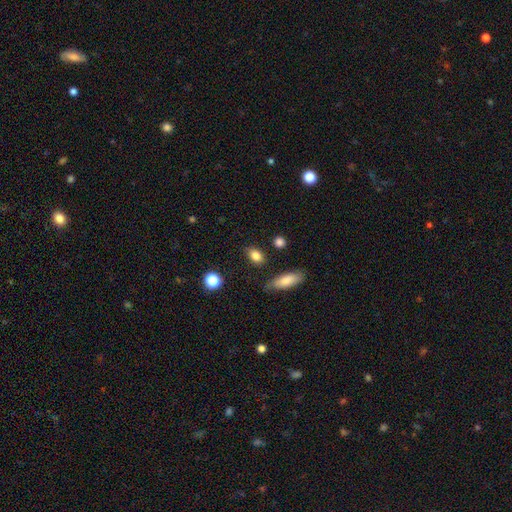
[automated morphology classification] Smooth or featured?
  - smooth: 83% *
  - star or artifact: 9%
  - featured or disk: 7%
How rounded?
  - in between: 75% *
  - round: 21%
  - cigar-shaped: 4%
Merging?
  - none: 81% *
  - minor disturbance: 13%
  - major disturbance: 3%
  - merger: 3%